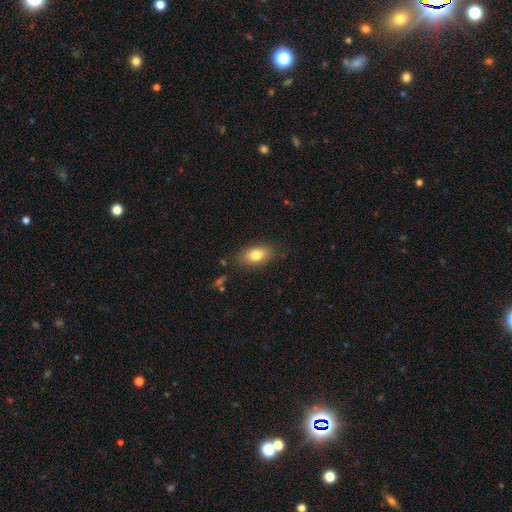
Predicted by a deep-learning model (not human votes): A smooth galaxy with no disk features (79%) that is in between round and cigar-shaped (87%).

Vote fractions:
- Smooth or featured? smooth: 79% / featured or disk: 12% / star or artifact: 8%
- How rounded? in between: 87% / round: 10% / cigar-shaped: 4%
- Merging? none: 81% / minor disturbance: 14% / major disturbance: 4% / merger: 2%